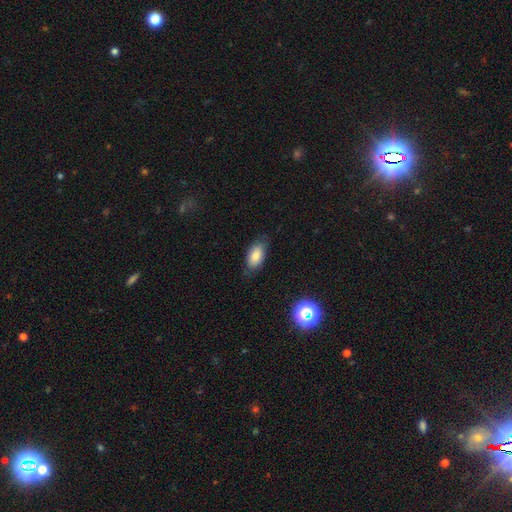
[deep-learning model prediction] Smooth or featured: smooth — 81% (featured or disk — 11%)
How rounded: in between — 91% (cigar-shaped — 6%)
Merging: none — 74% (minor disturbance — 20%)